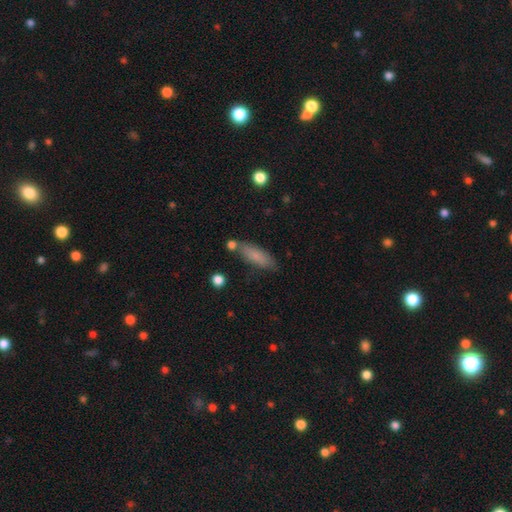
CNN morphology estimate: A smooth galaxy with no disk features (80%) that is in between round and cigar-shaped (52%). Merging: none (72%).